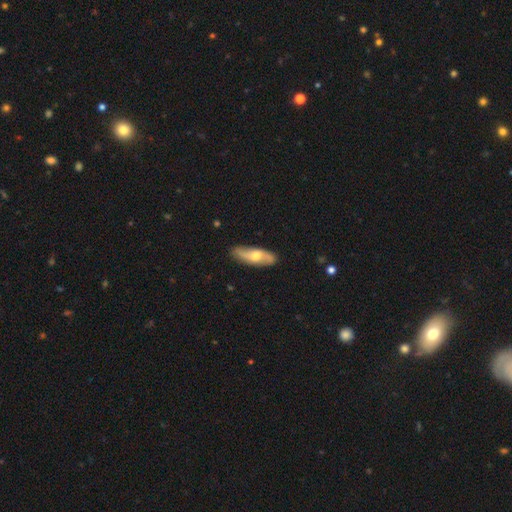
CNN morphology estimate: A featured or disk galaxy (54%).

Vote fractions:
- Smooth or featured? featured or disk: 54% / smooth: 41% / star or artifact: 5%
- Edge-on disk? no: 74% / yes: 26%
- Merging? none: 82% / minor disturbance: 14% / major disturbance: 3% / merger: 1%